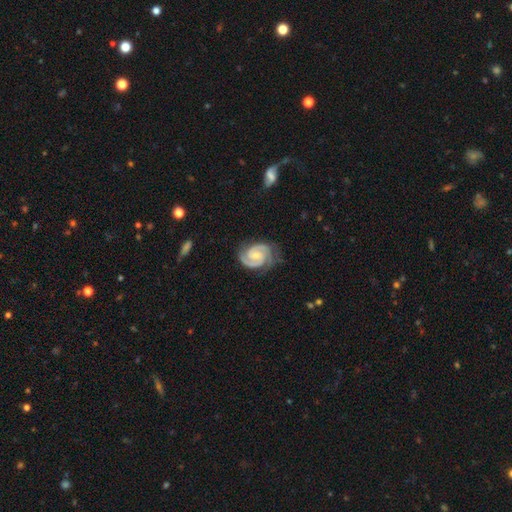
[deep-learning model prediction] featured or disk 92%, smooth 4%, star or artifact 4%. Down the decision tree: edge-on disk — no (98%); bar — no (45%); spiral arms — yes (99%); spiral arm count — 2 (91%); spiral winding — tight (59%); bulge size — small (51%); merging — none (76%).